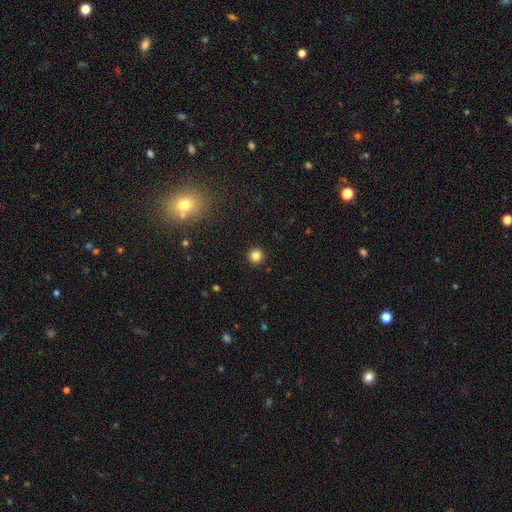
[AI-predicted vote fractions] Smooth or featured?
  - smooth: 83% *
  - star or artifact: 12%
  - featured or disk: 4%
How rounded?
  - round: 94% *
  - in between: 5%
  - cigar-shaped: 1%
Merging?
  - none: 93% *
  - minor disturbance: 4%
  - major disturbance: 2%
  - merger: 1%